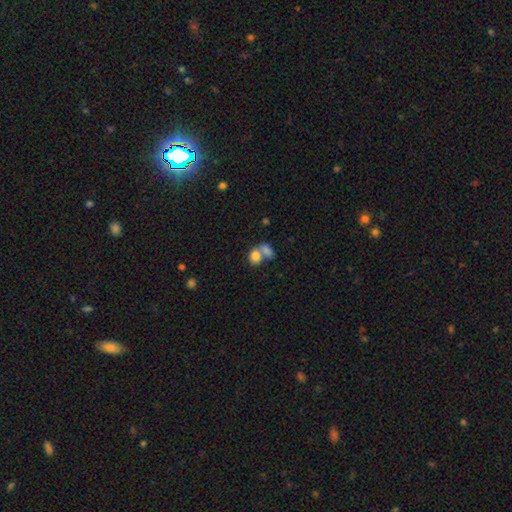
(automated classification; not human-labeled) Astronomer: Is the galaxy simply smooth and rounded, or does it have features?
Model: smooth — 80%.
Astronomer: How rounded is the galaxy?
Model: in between — 51% (runner-up: round, 48%).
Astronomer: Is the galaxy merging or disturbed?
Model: merger — 63%.